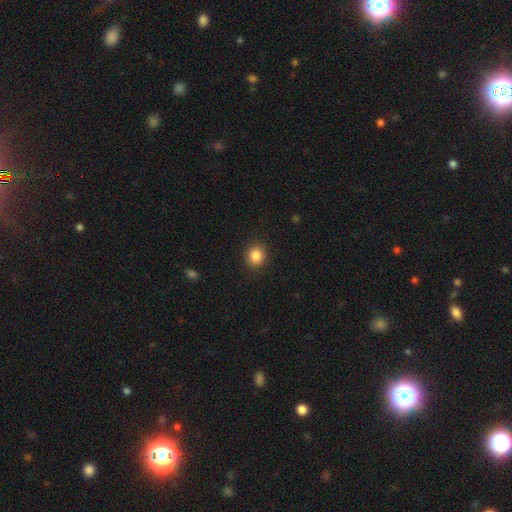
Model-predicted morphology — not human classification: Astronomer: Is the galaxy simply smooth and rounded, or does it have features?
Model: smooth — 86%.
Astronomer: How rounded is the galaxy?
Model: round — 80%.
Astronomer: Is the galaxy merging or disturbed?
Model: none — 91%.